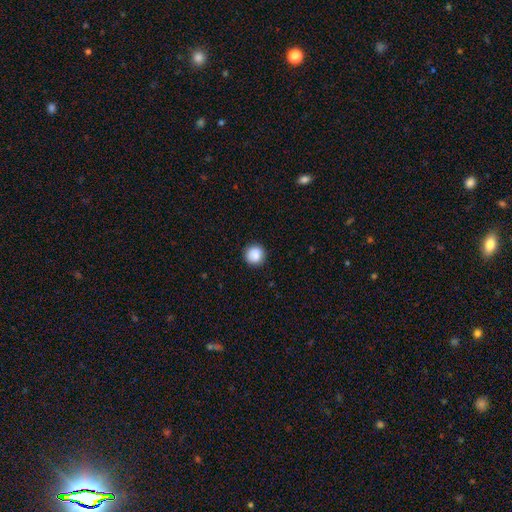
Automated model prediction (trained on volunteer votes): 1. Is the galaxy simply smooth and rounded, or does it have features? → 87% smooth, 8% star or artifact, 5% featured or disk.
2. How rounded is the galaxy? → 93% round, 6% in between, 1% cigar-shaped.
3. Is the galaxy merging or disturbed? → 89% none, 8% minor disturbance, 2% major disturbance, 1% merger.